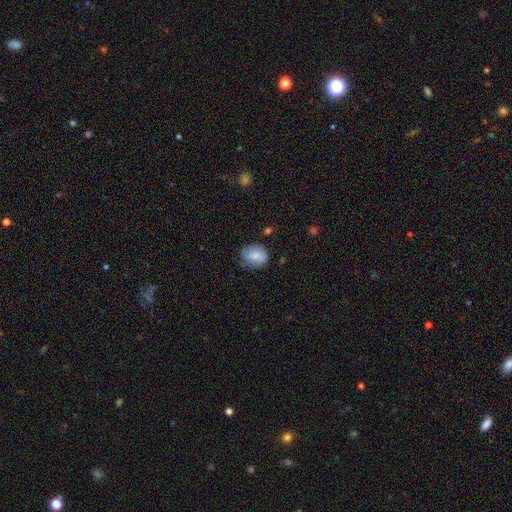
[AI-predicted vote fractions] Q: Smooth or featured?
A: smooth (72%); runner-up: featured or disk (21%)
Q: How rounded?
A: round (54%); runner-up: in between (45%)
Q: Merging?
A: none (62%); runner-up: minor disturbance (28%)